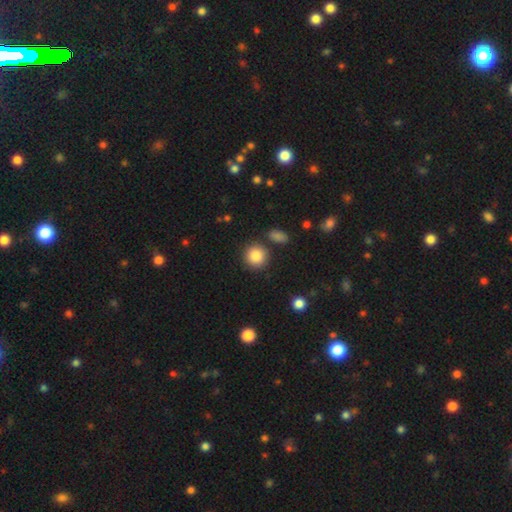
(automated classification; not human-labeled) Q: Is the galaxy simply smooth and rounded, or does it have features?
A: smooth — 87%.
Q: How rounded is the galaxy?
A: round — 91%.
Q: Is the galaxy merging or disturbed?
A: none — 84%.